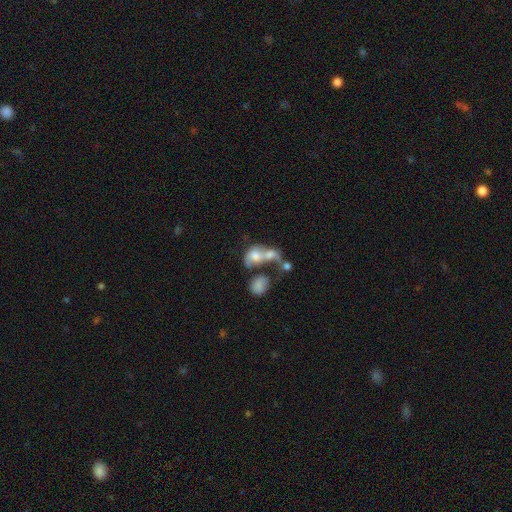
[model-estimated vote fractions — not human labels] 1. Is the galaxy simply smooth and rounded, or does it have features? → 58% smooth, 31% featured or disk, 11% star or artifact.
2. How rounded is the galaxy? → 68% in between, 30% round, 3% cigar-shaped.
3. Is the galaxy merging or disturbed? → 67% merger, 13% major disturbance, 12% none, 7% minor disturbance.